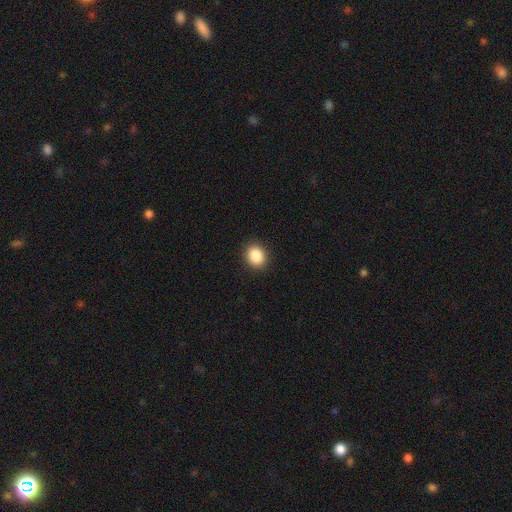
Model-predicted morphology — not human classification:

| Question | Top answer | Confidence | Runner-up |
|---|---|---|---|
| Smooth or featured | smooth | 87% | star or artifact (9%) |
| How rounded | round | 64% | in between (35%) |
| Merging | none | 91% | minor disturbance (6%) |